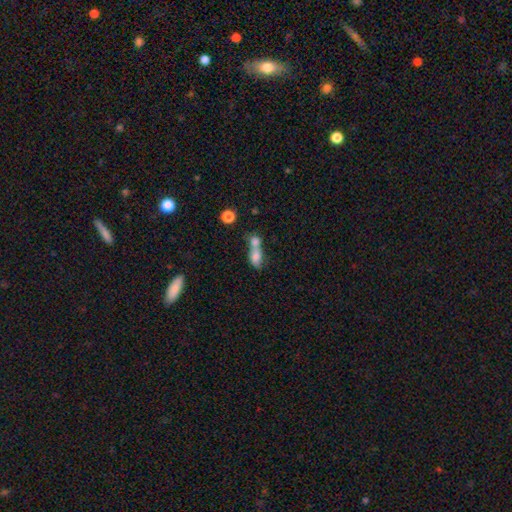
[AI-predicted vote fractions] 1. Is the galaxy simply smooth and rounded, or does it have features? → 72% smooth, 17% featured or disk, 10% star or artifact.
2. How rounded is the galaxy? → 70% in between, 21% round, 9% cigar-shaped.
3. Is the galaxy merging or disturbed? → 71% merger, 15% none, 7% minor disturbance, 6% major disturbance.